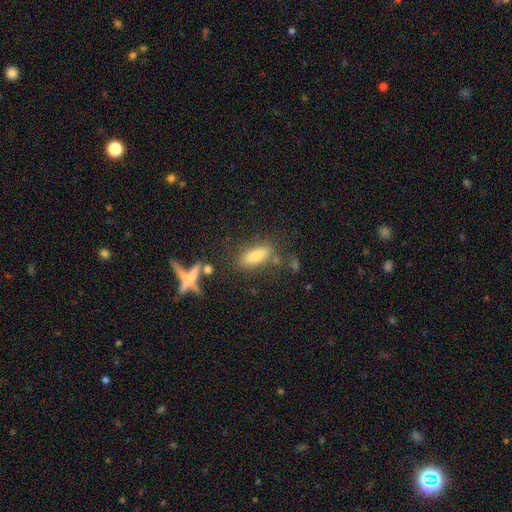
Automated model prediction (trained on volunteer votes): Smooth or featured?
  - smooth: 71% *
  - featured or disk: 16%
  - star or artifact: 13%
How rounded?
  - in between: 68% *
  - cigar-shaped: 29%
  - round: 3%
Merging?
  - none: 65% *
  - minor disturbance: 15%
  - merger: 12%
  - major disturbance: 8%